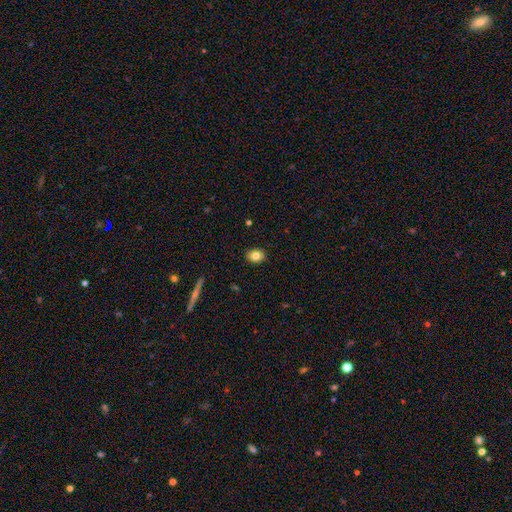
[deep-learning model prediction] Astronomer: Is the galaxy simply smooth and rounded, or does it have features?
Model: smooth — 82%.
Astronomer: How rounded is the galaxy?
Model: in between — 60% (runner-up: round, 39%).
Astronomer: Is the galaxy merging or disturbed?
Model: none — 90%.